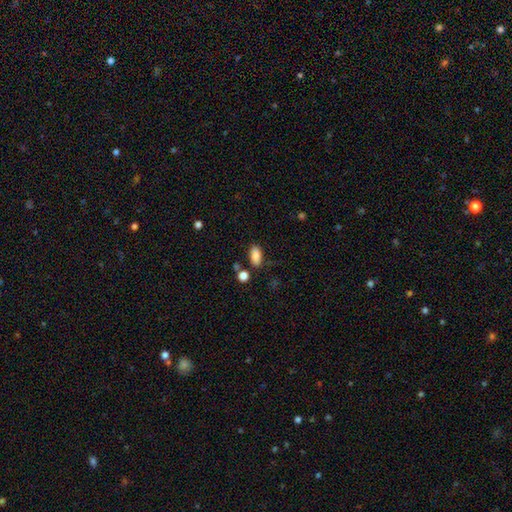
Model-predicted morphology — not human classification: This is clearly a smooth galaxy (86%). How rounded: clearly in between (91%). Merging: likely none (77%).